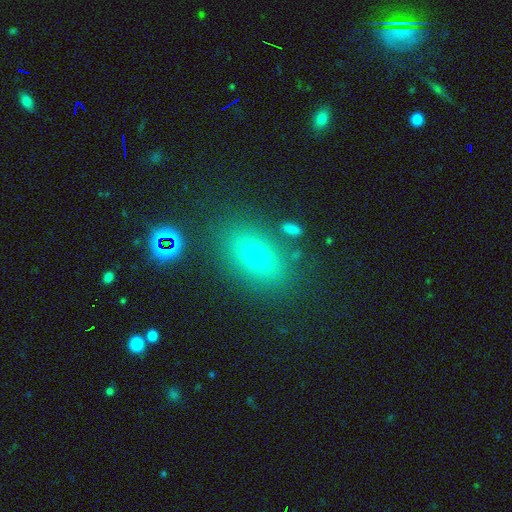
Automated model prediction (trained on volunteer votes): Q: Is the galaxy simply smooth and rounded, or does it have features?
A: smooth — 61%.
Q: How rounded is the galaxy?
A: in between — 77%.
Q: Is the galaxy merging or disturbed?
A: none — 80%.